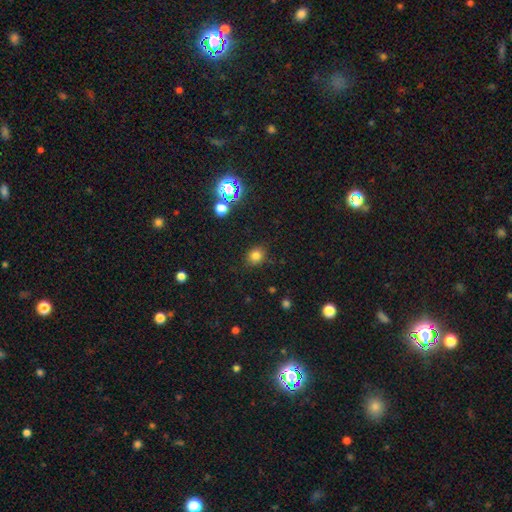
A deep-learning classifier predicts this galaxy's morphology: Smooth or featured? smooth (77%)
How rounded? round (76%)
Merging? none (84%)